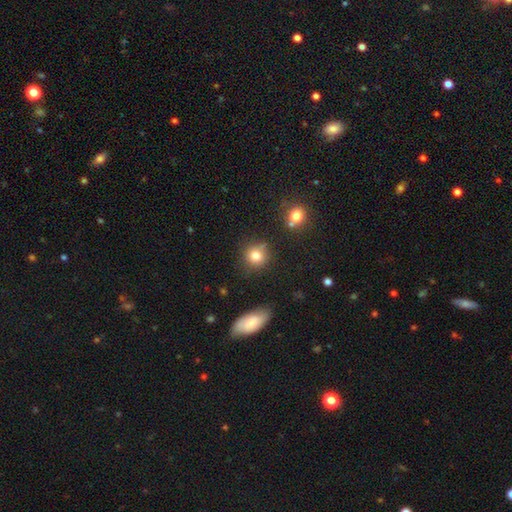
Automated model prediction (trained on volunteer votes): A smooth galaxy with no disk features (81%) that is round (85%).

Vote fractions:
- Smooth or featured? smooth: 81% / star or artifact: 11% / featured or disk: 8%
- How rounded? round: 85% / in between: 13% / cigar-shaped: 1%
- Merging? none: 74% / minor disturbance: 15% / merger: 6% / major disturbance: 4%